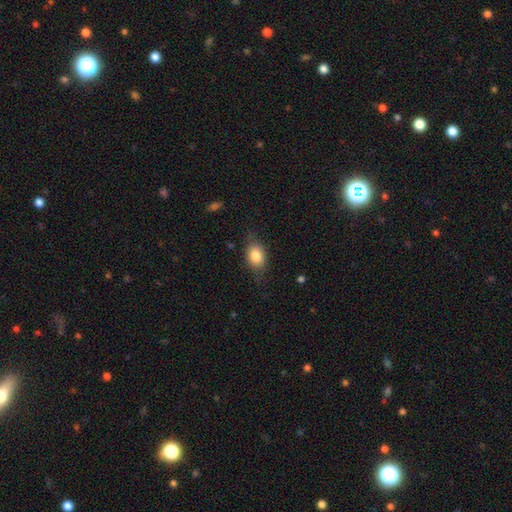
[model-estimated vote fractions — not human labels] The model was most divided on "merging": none: 71%, minor disturbance: 22%, major disturbance: 6%, merger: 1%. More confident: smooth or featured — smooth (82%); how rounded — in between (76%).